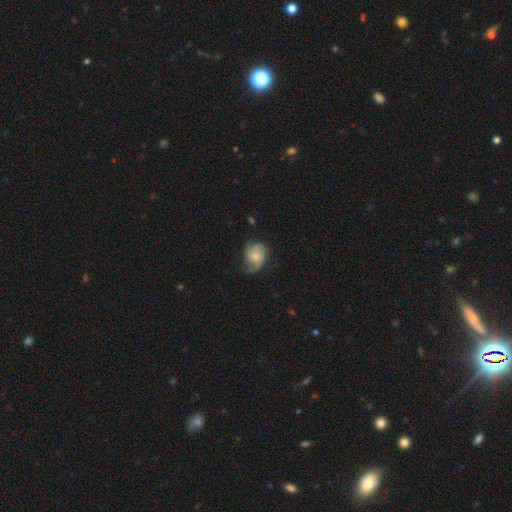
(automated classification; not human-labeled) The model was most divided on "smooth or featured": featured or disk: 49%, smooth: 44%, star or artifact: 7%. Remaining: merging — none (44%).